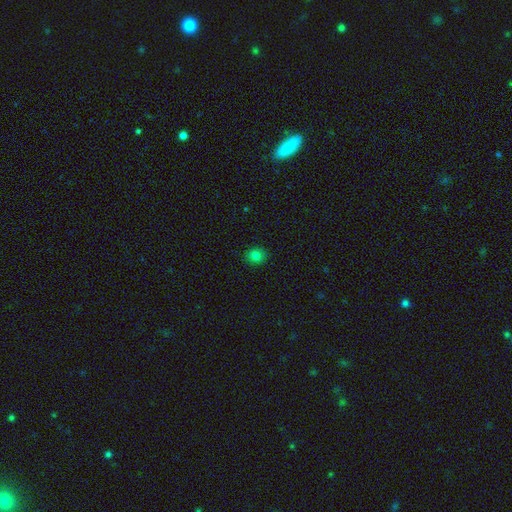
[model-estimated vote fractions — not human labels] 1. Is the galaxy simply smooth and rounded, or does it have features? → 79% smooth, 14% star or artifact, 7% featured or disk.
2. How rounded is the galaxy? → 76% round, 23% in between, 1% cigar-shaped.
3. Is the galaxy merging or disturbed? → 90% none, 7% minor disturbance, 2% major disturbance, 1% merger.